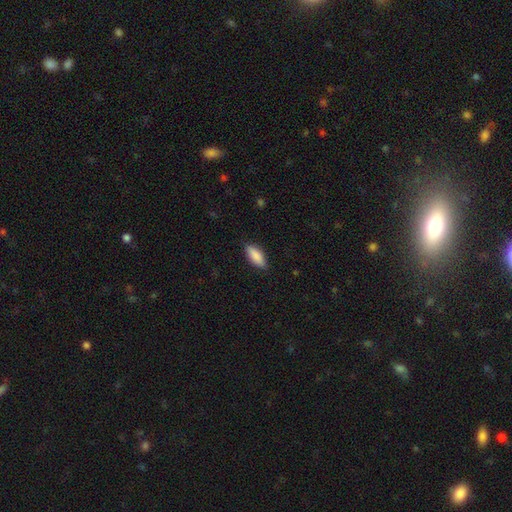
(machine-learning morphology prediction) smooth 86%, featured or disk 8%, star or artifact 6%. Down the decision tree: how rounded — in between (76%); merging — none (85%).